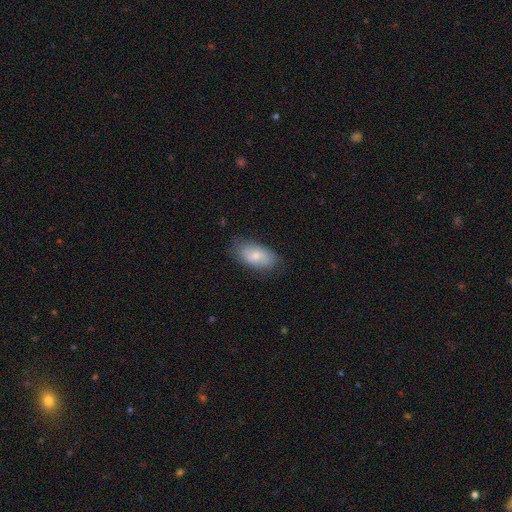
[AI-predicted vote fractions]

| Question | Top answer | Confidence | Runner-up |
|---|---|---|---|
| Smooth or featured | smooth | 53% | featured or disk (40%) |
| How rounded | in between | 92% | round (5%) |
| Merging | none | 74% | minor disturbance (20%) |